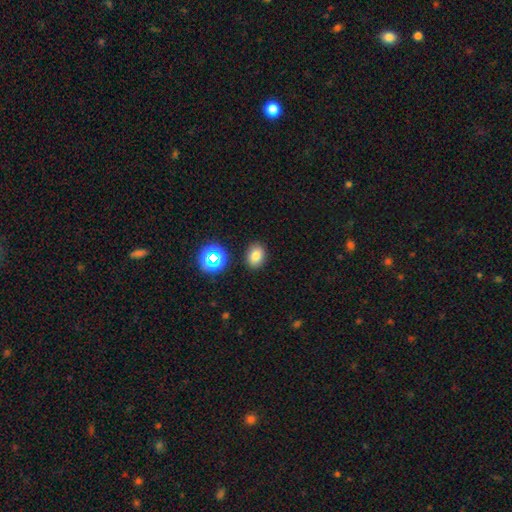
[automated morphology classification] Overall: smooth (77%). How rounded: in between (64%; round 35%). Merging: none (86%).